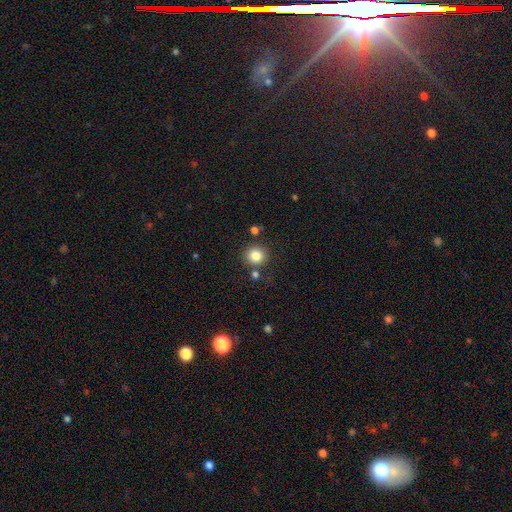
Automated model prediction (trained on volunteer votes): smooth 83%, star or artifact 11%, featured or disk 6%. Down the decision tree: how rounded — round (90%); merging — none (81%).